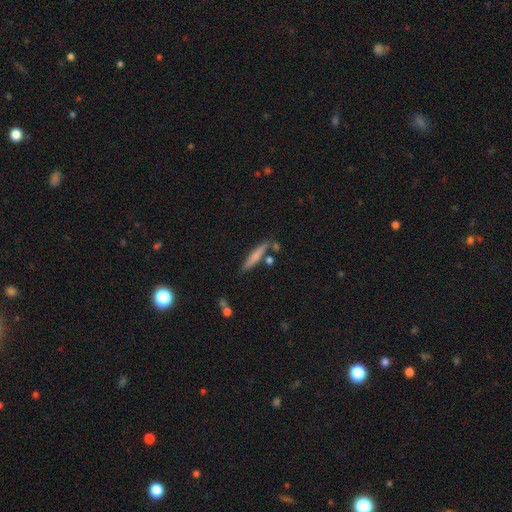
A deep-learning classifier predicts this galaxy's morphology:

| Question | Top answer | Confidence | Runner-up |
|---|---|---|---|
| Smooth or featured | smooth | 70% | featured or disk (24%) |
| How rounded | cigar-shaped | 91% | in between (7%) |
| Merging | none | 78% | minor disturbance (12%) |